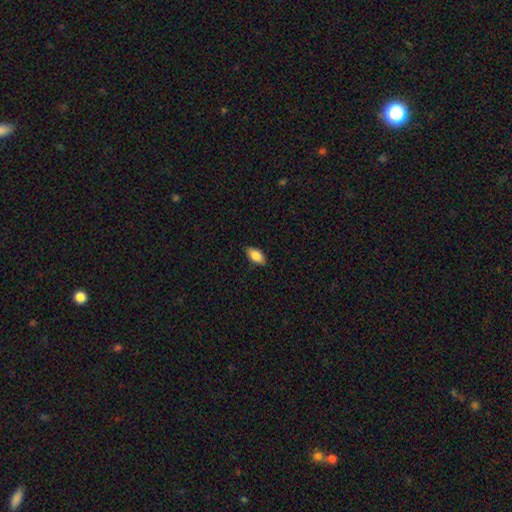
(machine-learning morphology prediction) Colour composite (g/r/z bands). It shows a smooth galaxy with no disk features (85%) that is in between round and cigar-shaped (91%). Merging: none (88%).